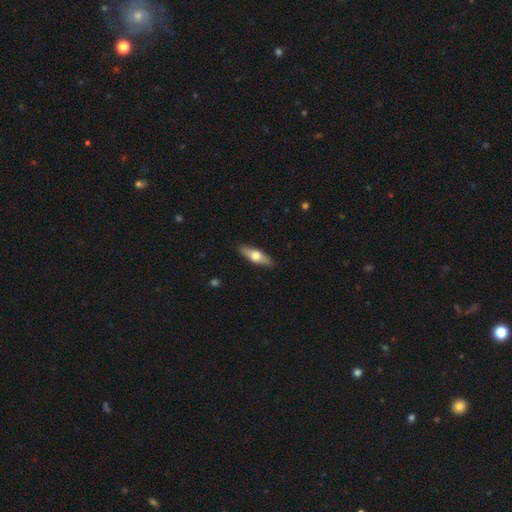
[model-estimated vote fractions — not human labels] Smooth or featured: smooth — 55% (featured or disk — 40%)
How rounded: cigar-shaped — 49% (in between — 48%)
Merging: none — 89% (minor disturbance — 8%)